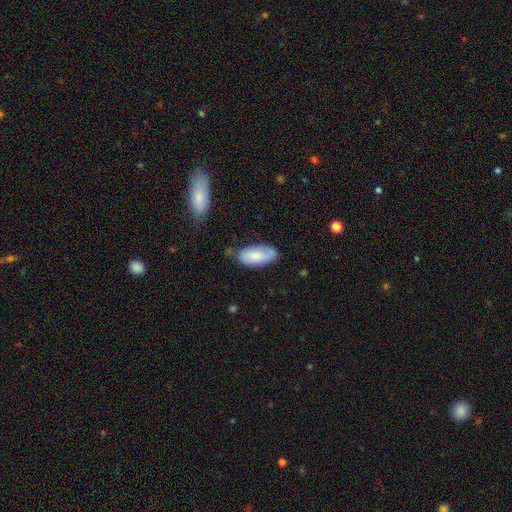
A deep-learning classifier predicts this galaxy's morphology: smooth_or_featured: smooth (p=0.75) [alt: featured or disk p=0.19]
how_rounded: in between (p=0.93) [alt: cigar-shaped p=0.05]
merging: none (p=0.64) [alt: minor disturbance p=0.27]